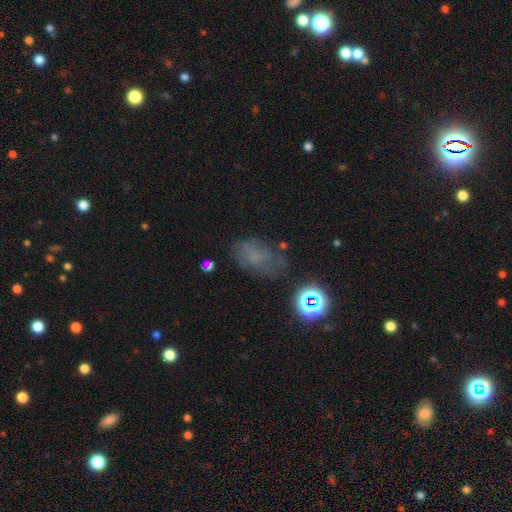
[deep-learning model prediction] smooth-or-featured: smooth: 49% | featured or disk: 26% | star or artifact: 25%
  merging: none: 60% | minor disturbance: 23% | major disturbance: 12% | merger: 4%